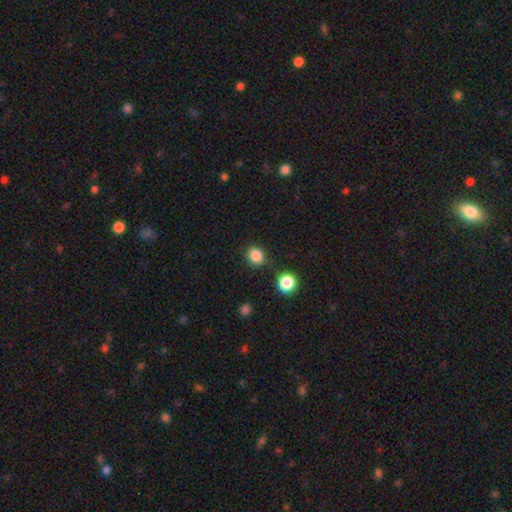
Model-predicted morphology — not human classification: smooth_or_featured: smooth (p=0.85) [alt: star or artifact p=0.12]
how_rounded: round (p=0.80) [alt: in between p=0.19]
merging: none (p=0.83) [alt: minor disturbance p=0.10]